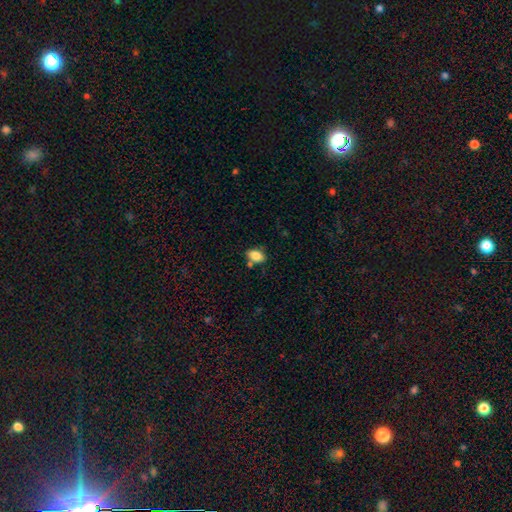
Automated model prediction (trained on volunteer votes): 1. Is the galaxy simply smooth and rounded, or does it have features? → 84% smooth, 8% star or artifact, 8% featured or disk.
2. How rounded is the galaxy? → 88% in between, 10% round, 2% cigar-shaped.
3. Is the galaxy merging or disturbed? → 71% none, 15% minor disturbance, 10% merger, 4% major disturbance.